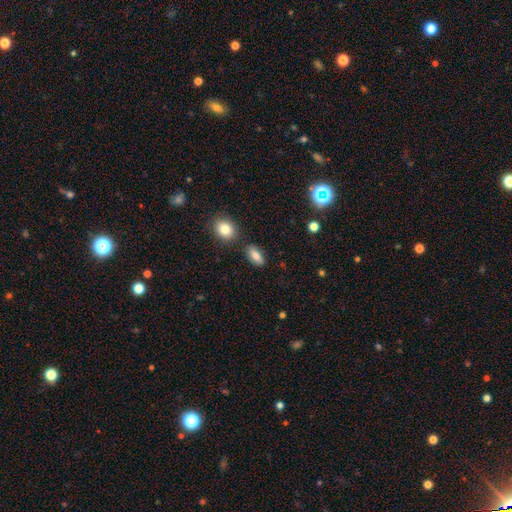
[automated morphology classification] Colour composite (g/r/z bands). It shows a smooth galaxy with no disk features (82%) that is in between round and cigar-shaped (88%). Merging: none (82%).